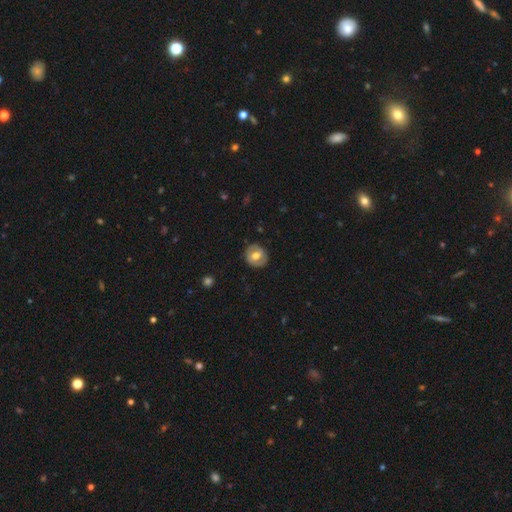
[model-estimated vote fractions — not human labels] Smooth or featured: smooth — 48% (featured or disk — 46%)
Merging: none — 85% (minor disturbance — 11%)